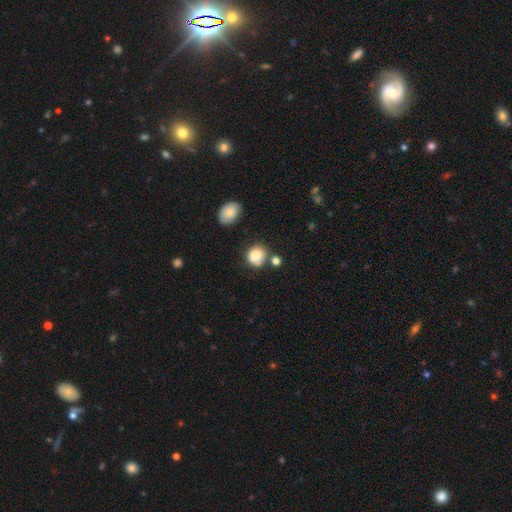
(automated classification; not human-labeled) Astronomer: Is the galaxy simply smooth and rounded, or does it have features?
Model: smooth — 83%.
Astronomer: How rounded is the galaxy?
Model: round — 78%.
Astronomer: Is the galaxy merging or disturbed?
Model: none — 64%.